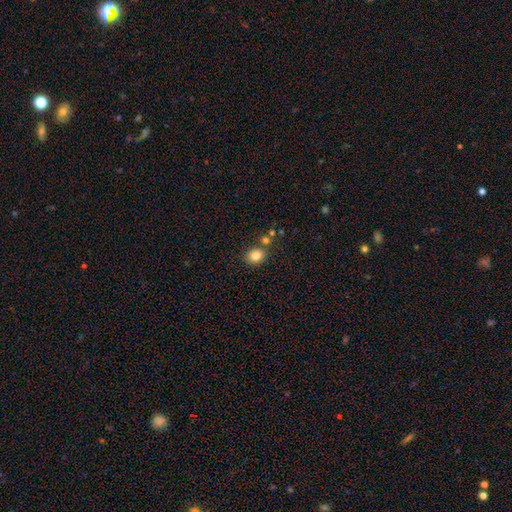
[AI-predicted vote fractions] Smooth or featured?
  - smooth: 83% *
  - star or artifact: 11%
  - featured or disk: 6%
How rounded?
  - round: 64% *
  - in between: 35%
  - cigar-shaped: 1%
Merging?
  - none: 77% *
  - merger: 11%
  - minor disturbance: 10%
  - major disturbance: 3%